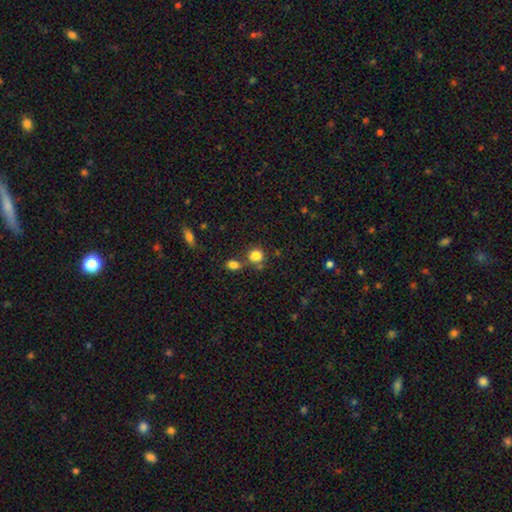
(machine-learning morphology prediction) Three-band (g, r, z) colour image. It shows a smooth galaxy with no disk features (83%) that is round (76%). Merging: none (60%).